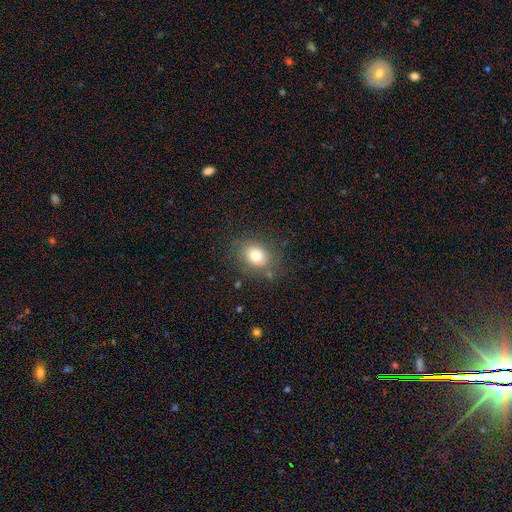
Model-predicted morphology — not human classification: smooth 74%, featured or disk 14%, star or artifact 12%. Down the decision tree: how rounded — in between (53%); merging — none (76%).